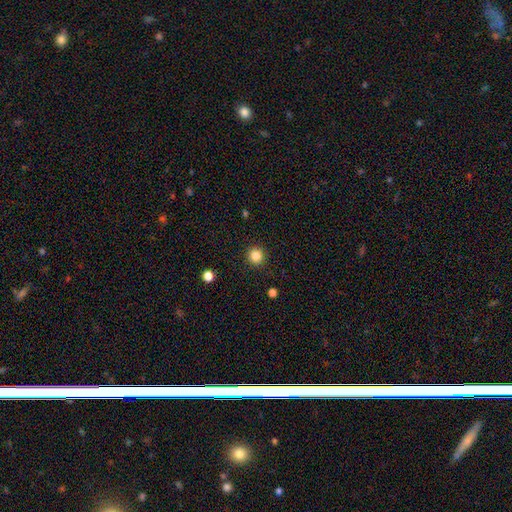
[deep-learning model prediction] Q: Smooth or featured?
A: smooth (85%); runner-up: star or artifact (11%)
Q: How rounded?
A: round (95%); runner-up: in between (4%)
Q: Merging?
A: none (92%); runner-up: minor disturbance (5%)